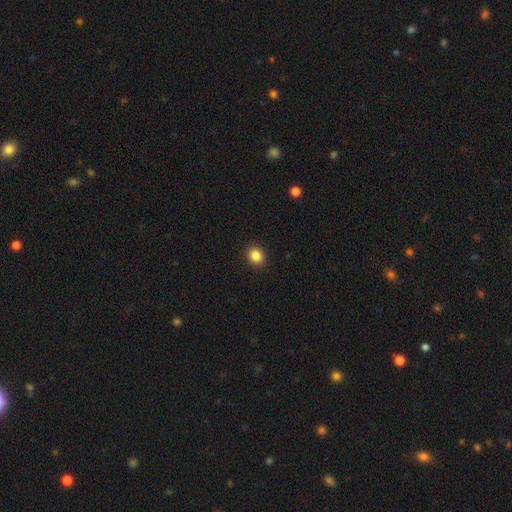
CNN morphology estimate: Q: Smooth or featured?
A: smooth (87%); runner-up: star or artifact (10%)
Q: How rounded?
A: round (71%); runner-up: in between (28%)
Q: Merging?
A: none (91%); runner-up: minor disturbance (6%)